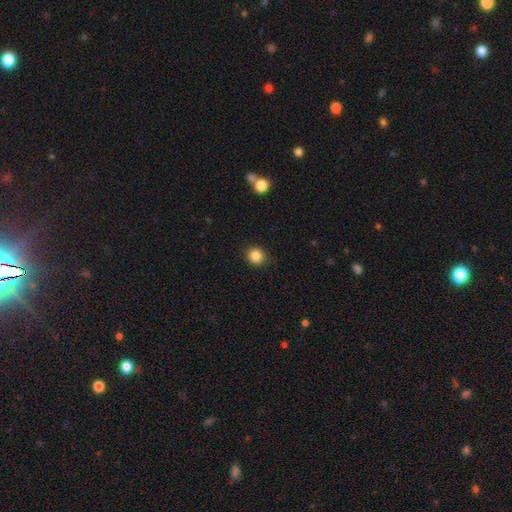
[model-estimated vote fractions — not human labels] Morphology: type=smooth (86%); roundness=round (89%); merging=none (86%).